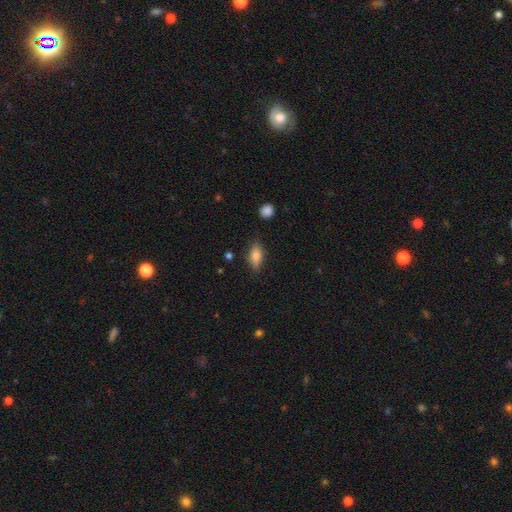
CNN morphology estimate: Smooth or featured: smooth — 71% (featured or disk — 21%)
How rounded: in between — 78% (cigar-shaped — 17%)
Merging: none — 80% (minor disturbance — 15%)